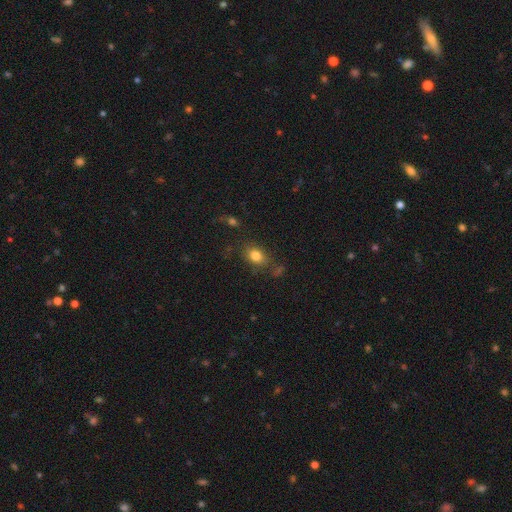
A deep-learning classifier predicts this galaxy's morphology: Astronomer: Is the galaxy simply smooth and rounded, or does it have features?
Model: smooth — 81%.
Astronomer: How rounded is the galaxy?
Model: in between — 69%.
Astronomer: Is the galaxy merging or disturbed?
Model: none — 73%.